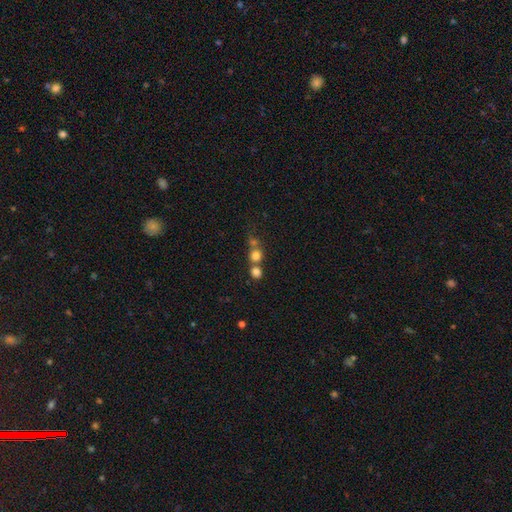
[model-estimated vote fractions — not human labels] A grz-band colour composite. It shows a smooth galaxy with no disk features (76%) that is round (87%). Merging: none (48%).